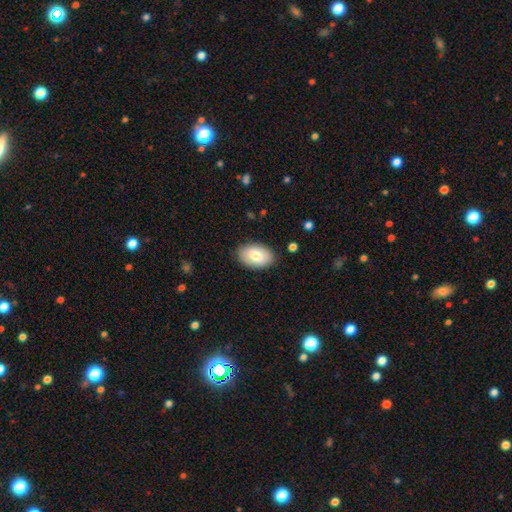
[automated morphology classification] smooth-or-featured: smooth: 78% | featured or disk: 15% | star or artifact: 6%
  how-rounded: in between: 91% | round: 8% | cigar-shaped: 1%
  merging: none: 87% | minor disturbance: 10% | major disturbance: 2% | merger: 1%